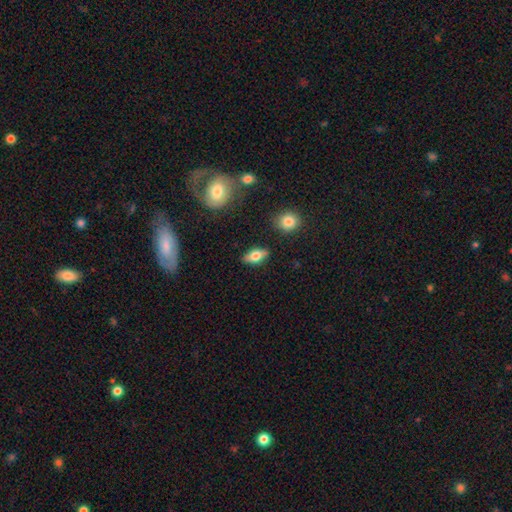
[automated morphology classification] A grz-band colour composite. It shows a smooth galaxy with no disk features (63%) that is in between round and cigar-shaped (80%). Merging: none (85%).